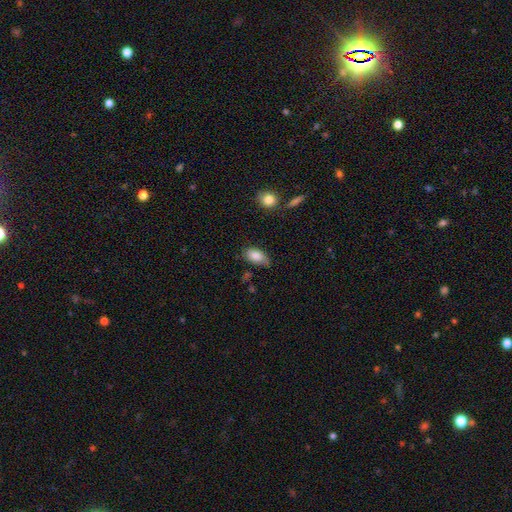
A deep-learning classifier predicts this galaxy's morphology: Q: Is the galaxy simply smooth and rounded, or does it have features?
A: smooth — 84%.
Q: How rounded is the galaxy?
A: in between — 92%.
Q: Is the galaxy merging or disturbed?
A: none — 60%.